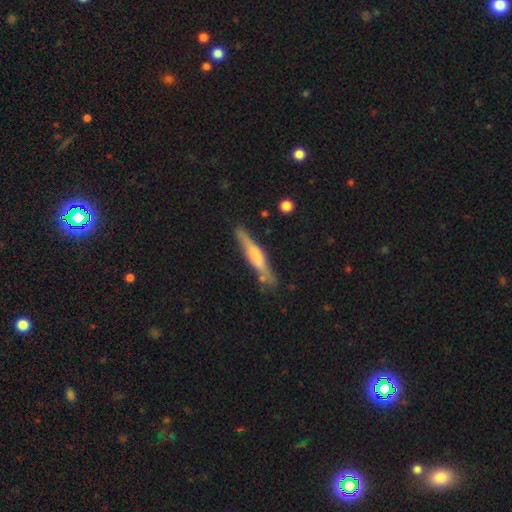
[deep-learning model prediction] smooth_or_featured: featured or disk (p=0.51) [alt: smooth p=0.44]
disk_edge_on: yes (p=0.93) [alt: no p=0.07]
merging: none (p=0.79) [alt: minor disturbance p=0.14]